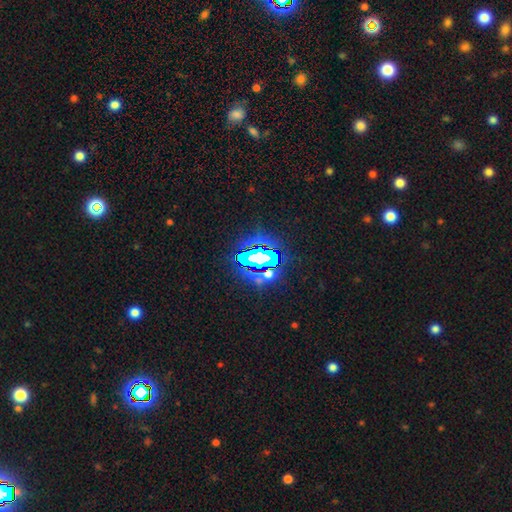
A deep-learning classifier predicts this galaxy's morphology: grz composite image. It shows a star or artifact, not a galaxy (78%).